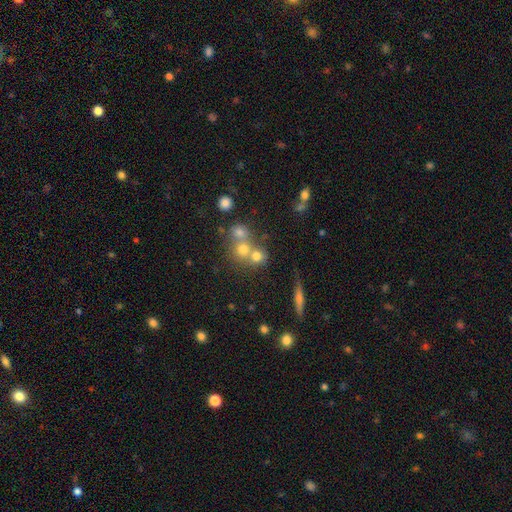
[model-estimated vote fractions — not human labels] Smooth or featured? smooth (63%)
How rounded? round (84%)
Merging? merger (48%)